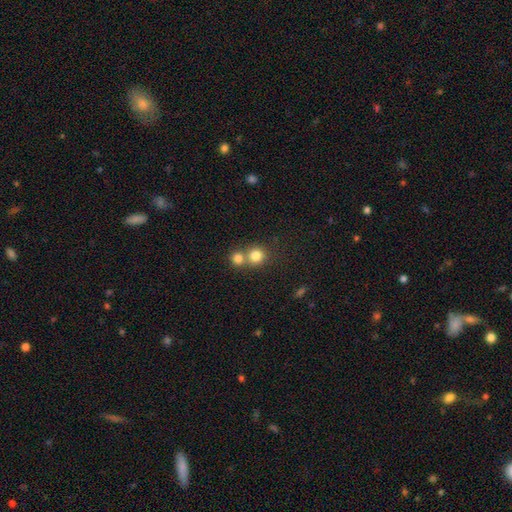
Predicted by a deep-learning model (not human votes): Q: Smooth or featured?
A: smooth (81%); runner-up: star or artifact (11%)
Q: How rounded?
A: round (88%); runner-up: in between (11%)
Q: Merging?
A: merger (46%); tied with: none (46%)